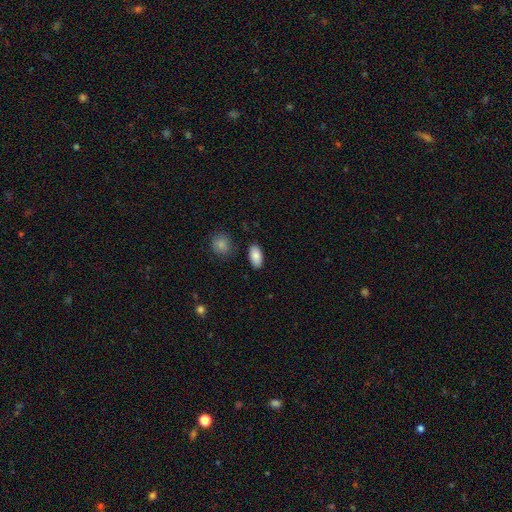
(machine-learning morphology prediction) A smooth galaxy with no disk features (87%) that is in between round and cigar-shaped (94%).

Vote fractions:
- Smooth or featured? smooth: 87% / star or artifact: 7% / featured or disk: 6%
- How rounded? in between: 94% / round: 3% / cigar-shaped: 3%
- Merging? none: 86% / minor disturbance: 9% / merger: 2% / major disturbance: 2%